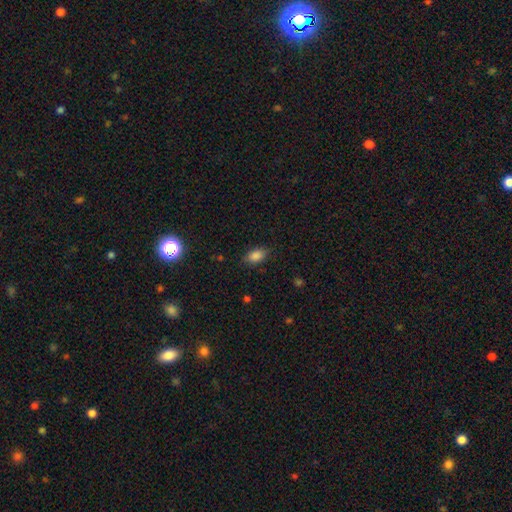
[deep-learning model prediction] Smooth or featured: smooth — 85% (star or artifact — 9%)
How rounded: in between — 90% (round — 7%)
Merging: none — 83% (minor disturbance — 13%)